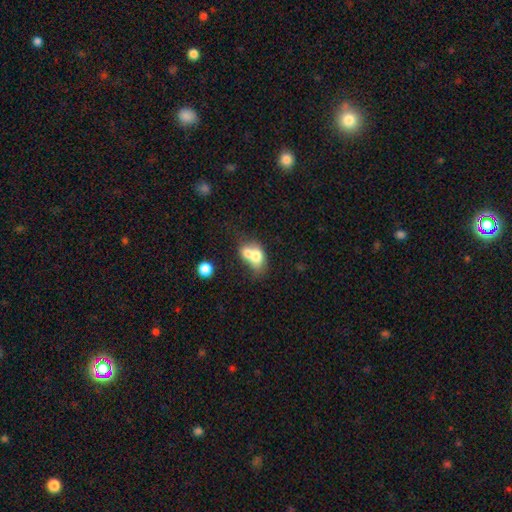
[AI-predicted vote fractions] Smooth or featured: smooth — 68% (featured or disk — 24%)
How rounded: in between — 65% (round — 33%)
Merging: merger — 68% (none — 20%)